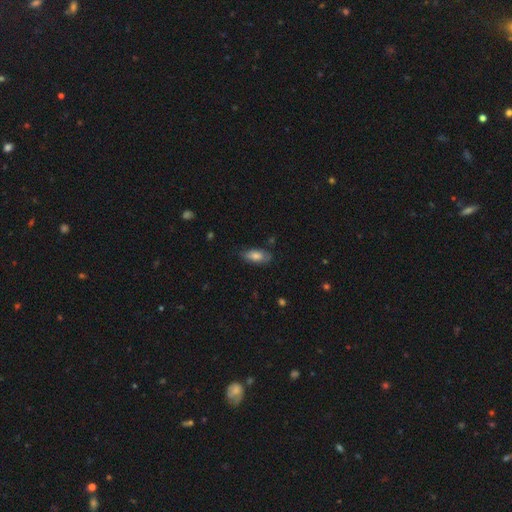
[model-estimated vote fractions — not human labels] The model was most divided on "merging": none: 74%, minor disturbance: 20%, major disturbance: 4%, merger: 2%. More confident: how rounded — in between (86%); smooth or featured — smooth (77%).